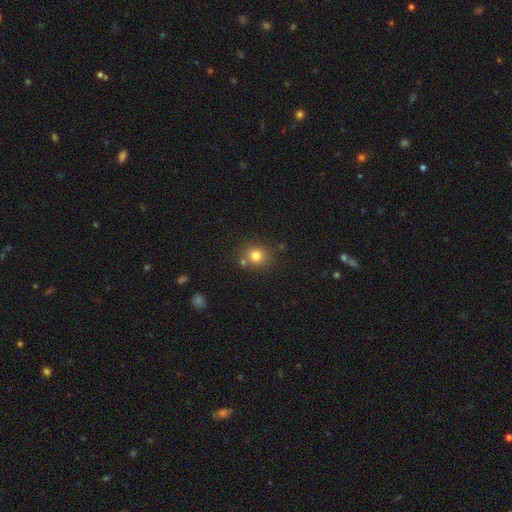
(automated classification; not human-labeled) smooth 79%, star or artifact 13%, featured or disk 8%. Down the decision tree: how rounded — round (79%); merging — none (75%).